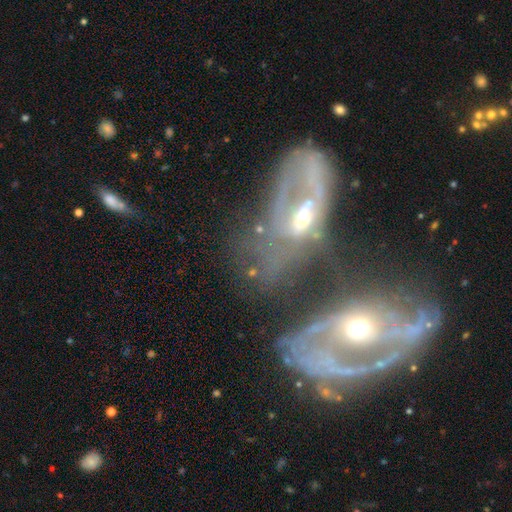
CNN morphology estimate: Q: Smooth or featured?
A: featured or disk (70%); runner-up: smooth (19%)
Q: Edge-on disk?
A: no (91%); runner-up: yes (9%)
Q: Bar?
A: no (65%); runner-up: weak (25%)
Q: Spiral arms?
A: yes (56%); runner-up: no (44%)
Q: Bulge size?
A: moderate (62%); runner-up: small (23%)
Q: Merging?
A: merger (60%); runner-up: major disturbance (18%)